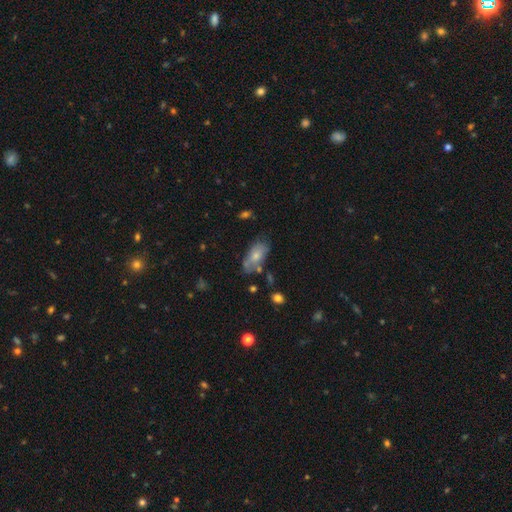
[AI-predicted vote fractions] smooth_or_featured: smooth (p=0.67) [alt: featured or disk p=0.25]
how_rounded: in between (p=0.90) [alt: cigar-shaped p=0.06]
merging: none (p=0.56) [alt: minor disturbance p=0.26]